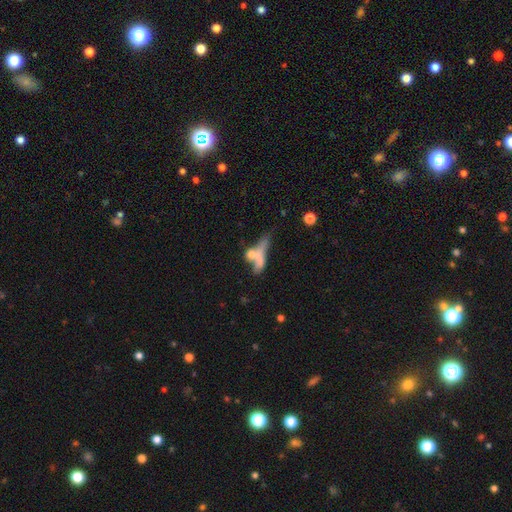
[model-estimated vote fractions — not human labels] smooth-or-featured: smooth: 57% | featured or disk: 31% | star or artifact: 11%
  how-rounded: cigar-shaped: 44% | in between: 39% | round: 17%
  merging: merger: 45% | none: 26% | major disturbance: 17% | minor disturbance: 12%